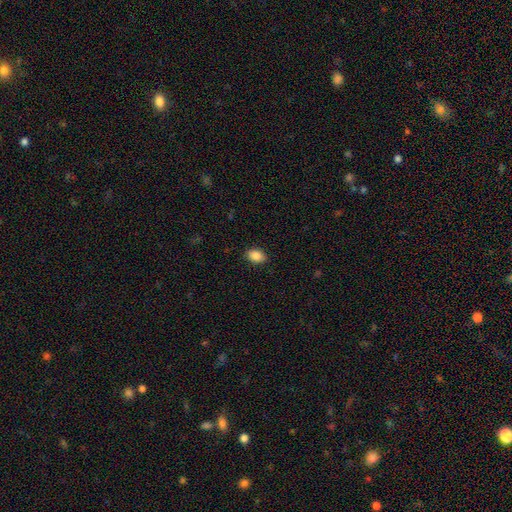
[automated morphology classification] smooth-or-featured: smooth: 88% | star or artifact: 8% | featured or disk: 4%
  how-rounded: in between: 80% | round: 19% | cigar-shaped: 1%
  merging: none: 88% | minor disturbance: 9% | major disturbance: 2% | merger: 1%